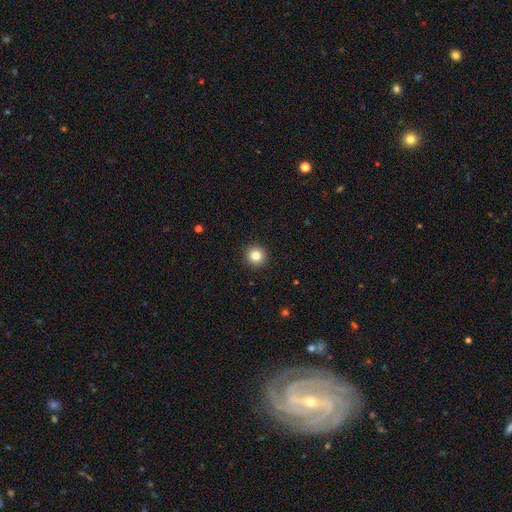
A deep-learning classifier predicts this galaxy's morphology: The model was most divided on "smooth or featured": smooth: 83%, star or artifact: 11%, featured or disk: 6%. More confident: how rounded — round (95%); merging — none (93%).